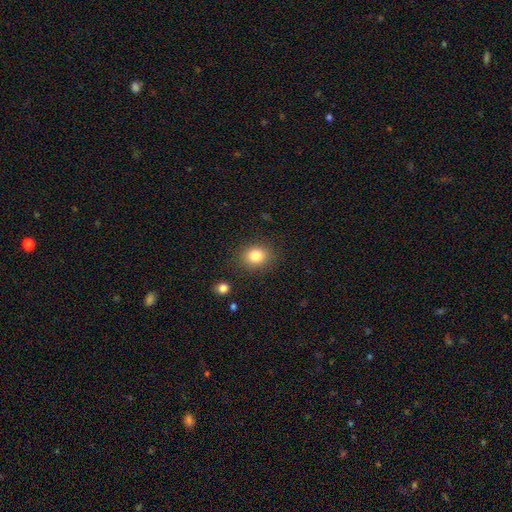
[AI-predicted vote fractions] Smooth or featured? Predicted: smooth (p=0.83). How rounded? Predicted: round (p=0.58). Merging? Predicted: none (p=0.84).